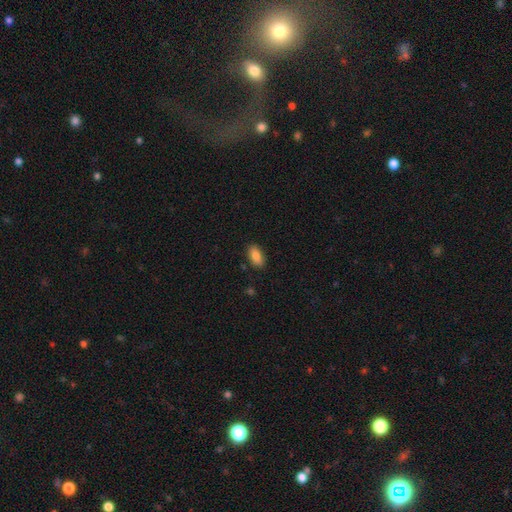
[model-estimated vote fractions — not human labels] Smooth or featured: smooth — 86% (star or artifact — 7%)
How rounded: in between — 90% (cigar-shaped — 7%)
Merging: none — 86% (minor disturbance — 10%)